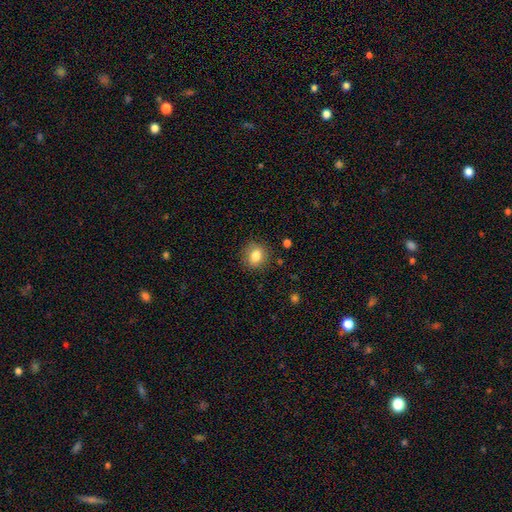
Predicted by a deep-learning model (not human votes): Smooth or featured? Predicted: smooth (p=0.82). How rounded? Predicted: round (p=0.65). Merging? Predicted: none (p=0.85).